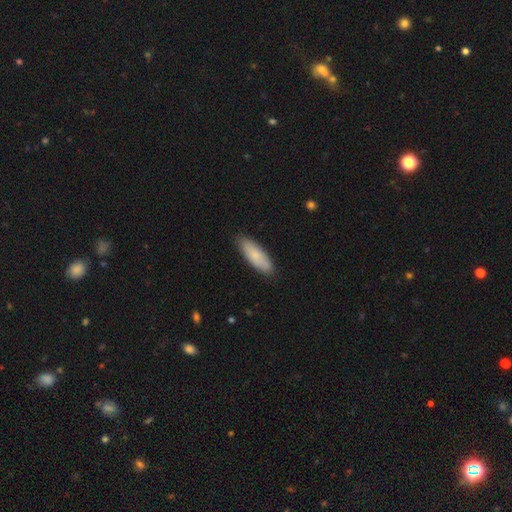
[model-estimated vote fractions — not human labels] This is clearly a smooth galaxy (80%). How rounded: likely in between (63%). Merging: clearly none (85%).